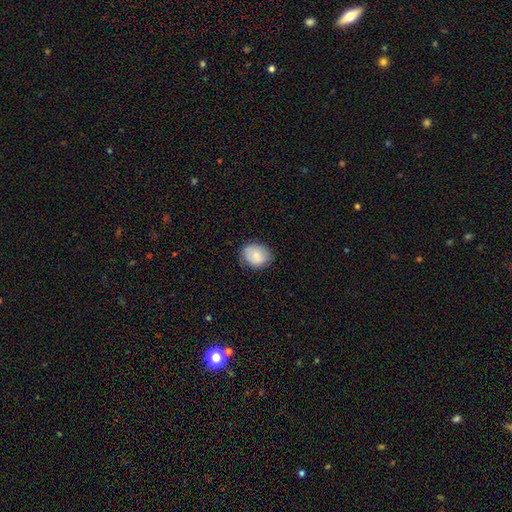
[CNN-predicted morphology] smooth_or_featured: smooth (p=0.82) [alt: featured or disk p=0.11]
how_rounded: round (p=0.53) [alt: in between p=0.46]
merging: none (p=0.79) [alt: minor disturbance p=0.17]